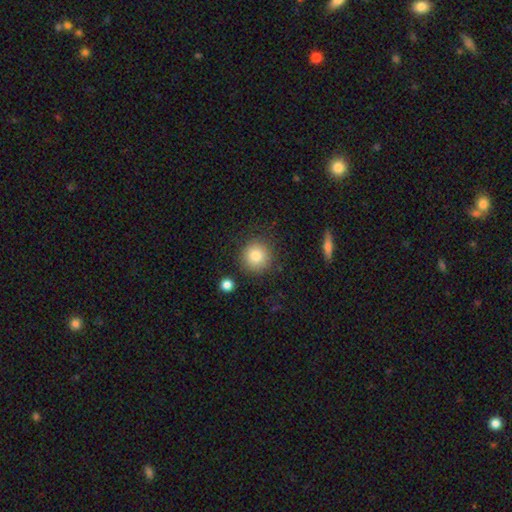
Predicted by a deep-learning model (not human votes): The model was most divided on "smooth or featured": smooth: 84%, star or artifact: 9%, featured or disk: 7%. More confident: how rounded — round (92%); merging — none (85%).